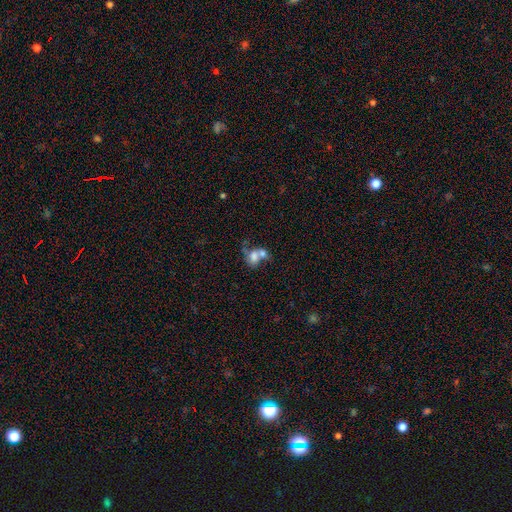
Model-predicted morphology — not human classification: This appears to be a smooth galaxy with no disk features (61%) that is in between round and cigar-shaped (62%). Merging: merger (70%).